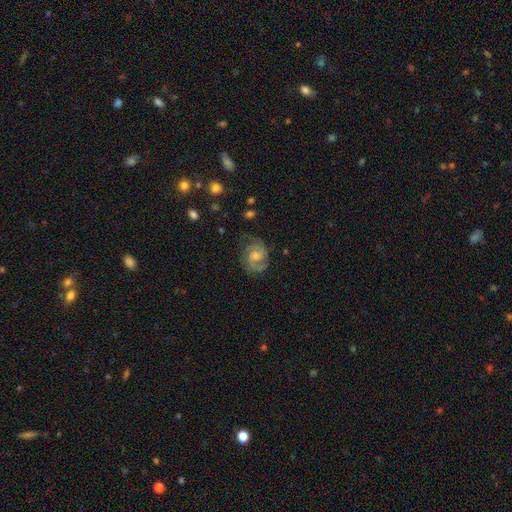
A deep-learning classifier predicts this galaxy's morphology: This appears to be a featured or disk galaxy (80%) with no bar (52%), 2 (76%) medium (51%) spiral arms (95%) and a small central bulge (43%, tied with moderate). Merging: none (68%).